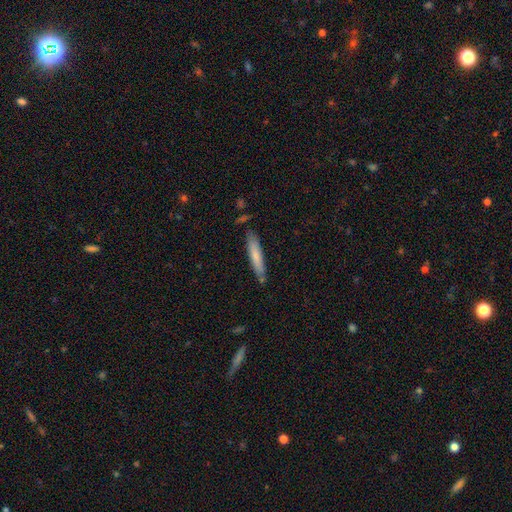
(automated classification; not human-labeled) Smooth or featured? smooth (71%)
How rounded? cigar-shaped (90%)
Merging? none (78%)